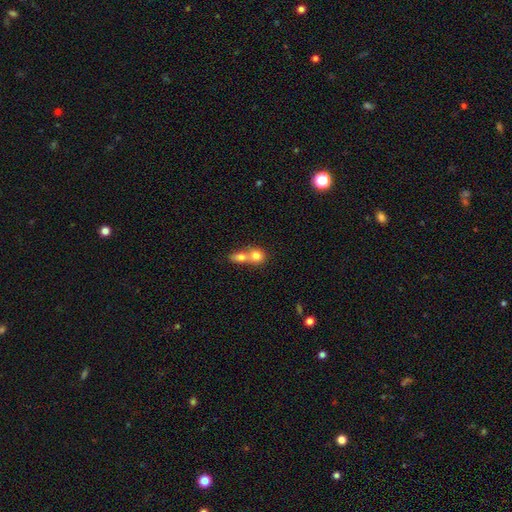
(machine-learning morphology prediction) A smooth galaxy with no disk features (76%) that is round (68%).

Vote fractions:
- Smooth or featured? smooth: 76% / featured or disk: 15% / star or artifact: 9%
- How rounded? round: 68% / in between: 30% / cigar-shaped: 2%
- Merging? merger: 73% / none: 20% / minor disturbance: 5% / major disturbance: 3%